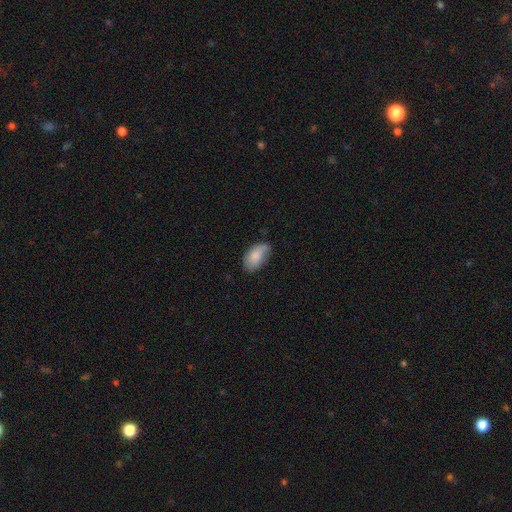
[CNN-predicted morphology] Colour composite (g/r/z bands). It shows a smooth galaxy with no disk features (79%) that is in between round and cigar-shaped (94%). Merging: none (56%).